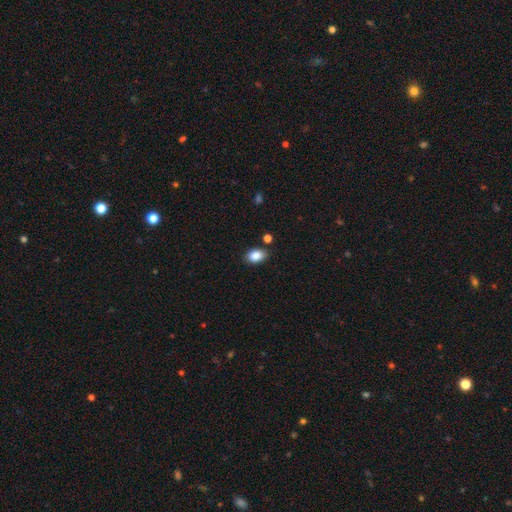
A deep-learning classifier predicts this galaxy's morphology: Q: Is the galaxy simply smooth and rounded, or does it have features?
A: smooth — 87%.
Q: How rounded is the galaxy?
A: in between — 84%.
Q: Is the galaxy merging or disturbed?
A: none — 82%.